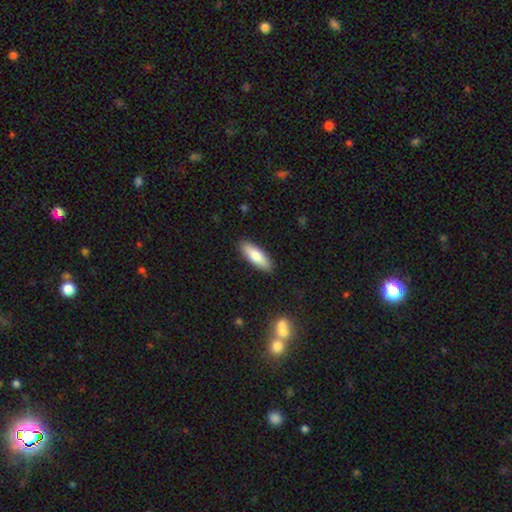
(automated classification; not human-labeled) smooth-or-featured: smooth: 79% | featured or disk: 16% | star or artifact: 6%
  how-rounded: in between: 58% | cigar-shaped: 40% | round: 2%
  merging: none: 89% | minor disturbance: 8% | major disturbance: 2% | merger: 1%